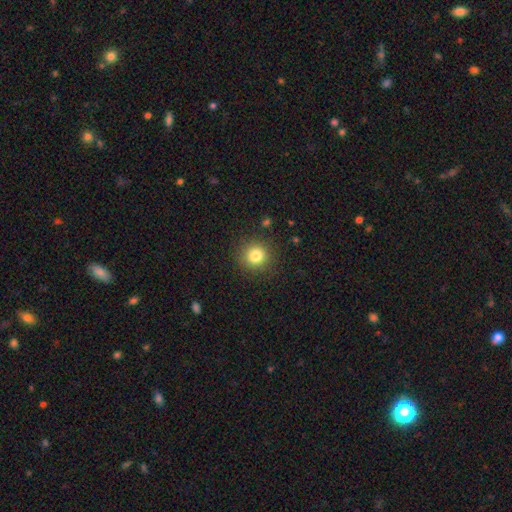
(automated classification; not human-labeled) smooth_or_featured: smooth (p=0.81) [alt: star or artifact p=0.12]
how_rounded: round (p=0.93) [alt: in between p=0.06]
merging: none (p=0.89) [alt: minor disturbance p=0.07]